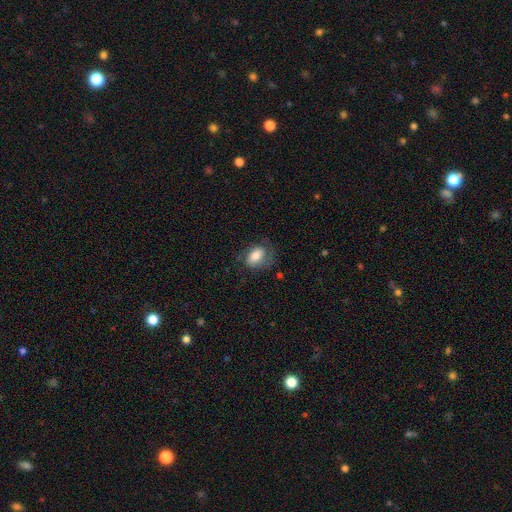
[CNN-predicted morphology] This is likely a smooth galaxy (64%). How rounded: likely in between (78%). Merging: possibly none (56%).